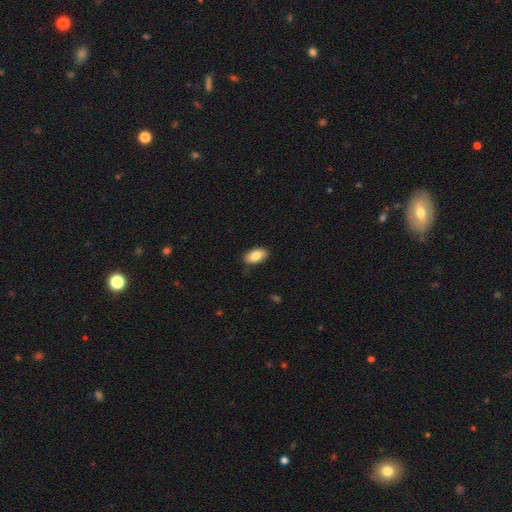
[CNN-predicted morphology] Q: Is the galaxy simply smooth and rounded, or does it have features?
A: smooth — 83%.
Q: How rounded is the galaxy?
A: in between — 93%.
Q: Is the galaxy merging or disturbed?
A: none — 86%.